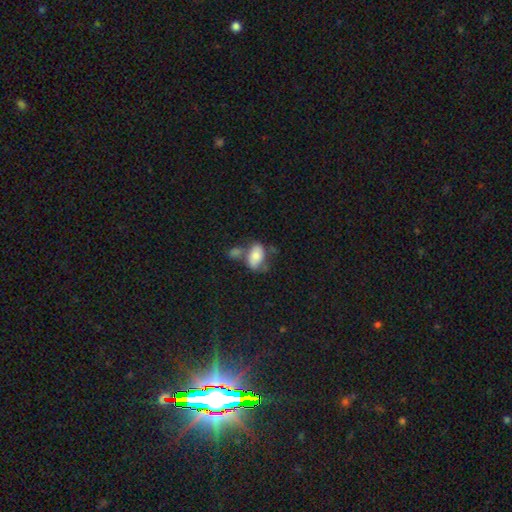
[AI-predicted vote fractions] The model was most divided on "merging": merger: 34%, none: 33%, minor disturbance: 21%, major disturbance: 12%. More confident: how rounded — in between (90%); smooth or featured — smooth (71%).